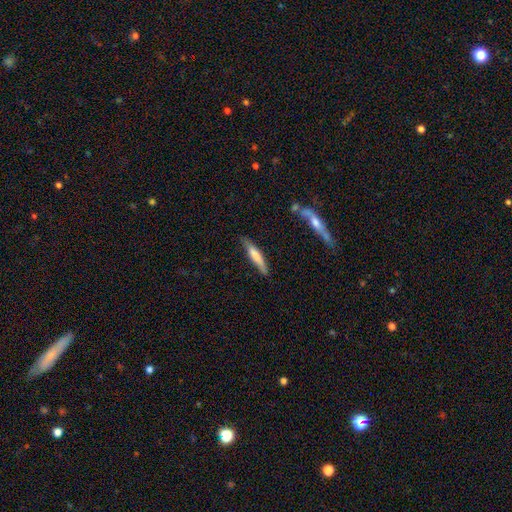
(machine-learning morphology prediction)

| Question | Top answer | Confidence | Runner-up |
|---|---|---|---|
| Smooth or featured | smooth | 68% | featured or disk (26%) |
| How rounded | cigar-shaped | 88% | in between (11%) |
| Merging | none | 75% | minor disturbance (18%) |